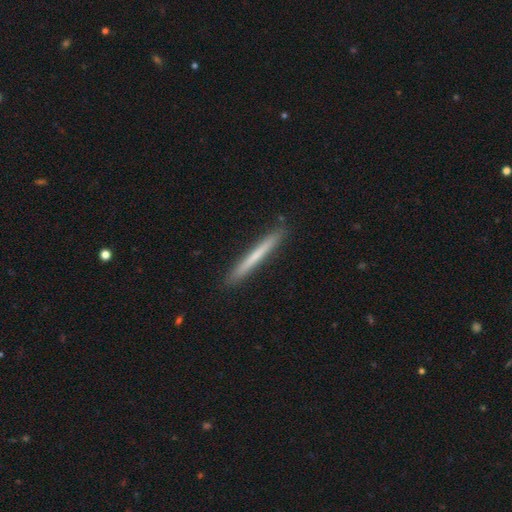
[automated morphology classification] smooth-or-featured: smooth: 57% | featured or disk: 38% | star or artifact: 5%
  how-rounded: cigar-shaped: 97% | in between: 2% | round: 1%
  merging: none: 91% | minor disturbance: 7% | major disturbance: 1% | merger: 1%